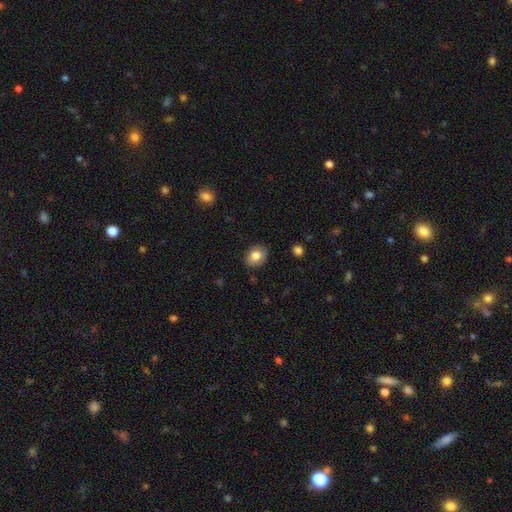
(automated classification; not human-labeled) A smooth galaxy with no disk features (80%) that is in between round and cigar-shaped (50%).

Vote fractions:
- Smooth or featured? smooth: 80% / featured or disk: 12% / star or artifact: 8%
- How rounded? in between: 50% / round: 49% / cigar-shaped: 1%
- Merging? none: 85% / minor disturbance: 12% / major disturbance: 2% / merger: 1%